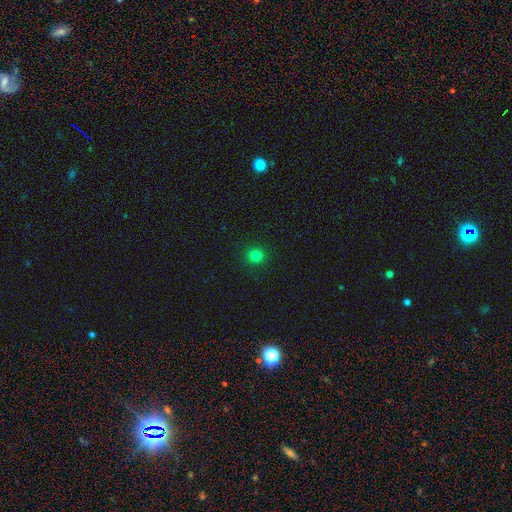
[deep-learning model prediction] A smooth galaxy with no disk features (81%) that is round (93%).

Vote fractions:
- Smooth or featured? smooth: 81% / star or artifact: 15% / featured or disk: 4%
- How rounded? round: 93% / in between: 6% / cigar-shaped: 1%
- Merging? none: 92% / minor disturbance: 5% / major disturbance: 2% / merger: 1%